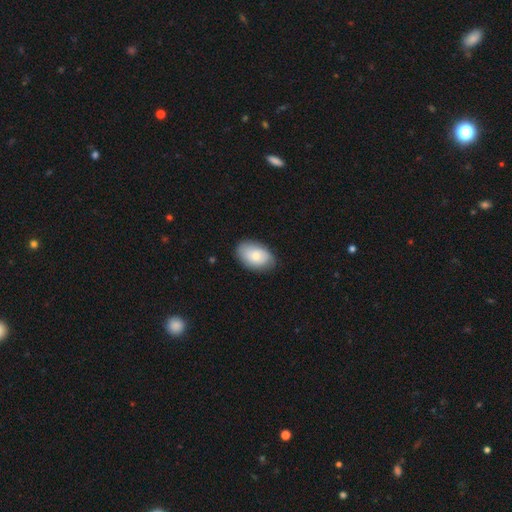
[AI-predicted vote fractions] Smooth or featured? Predicted: smooth (p=0.73). How rounded? Predicted: in between (p=0.89). Merging? Predicted: none (p=0.79).